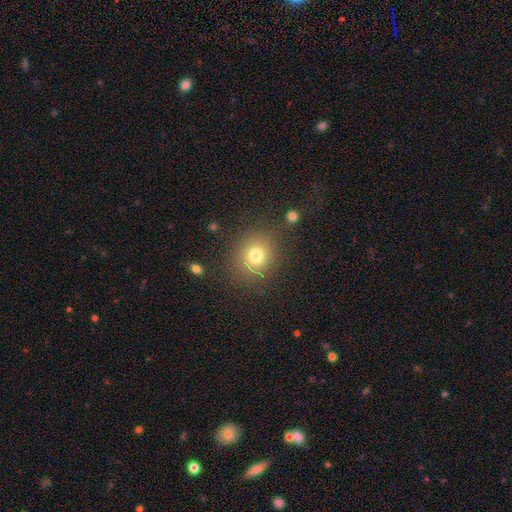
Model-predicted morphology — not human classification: A smooth galaxy with no disk features (76%) that is round (78%).

Vote fractions:
- Smooth or featured? smooth: 76% / star or artifact: 14% / featured or disk: 10%
- How rounded? round: 78% / in between: 21% / cigar-shaped: 1%
- Merging? none: 82% / minor disturbance: 11% / major disturbance: 5% / merger: 3%